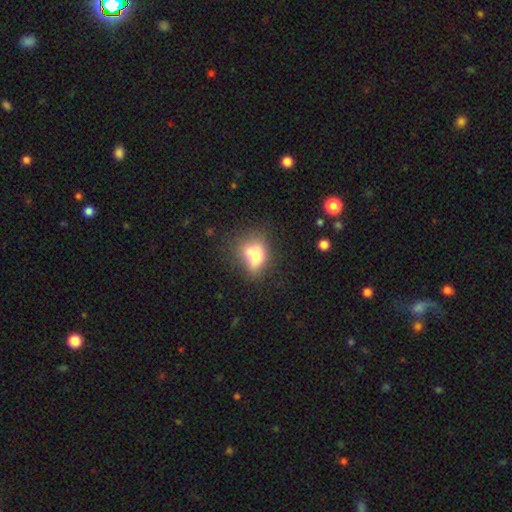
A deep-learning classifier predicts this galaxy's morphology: A smooth galaxy with no disk features (64%) that is in between round and cigar-shaped (55%). Merging: merger (46%).